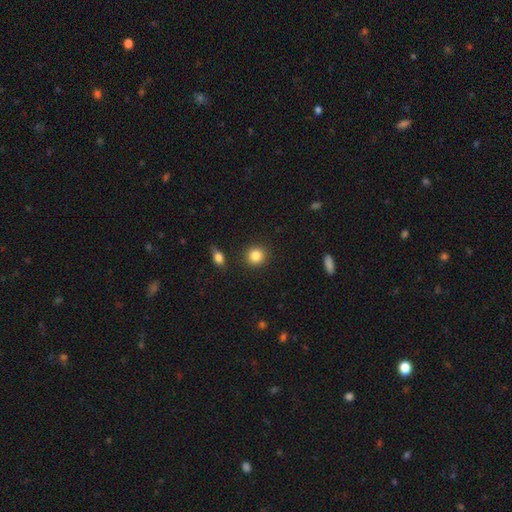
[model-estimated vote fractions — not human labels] This appears to be a smooth galaxy with no disk features (86%) that is round (88%). Merging: none (89%).